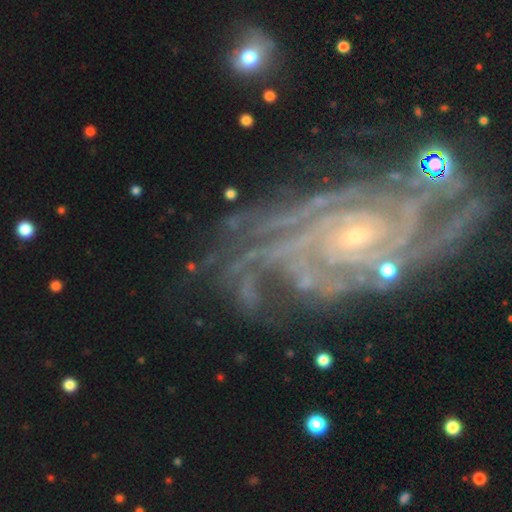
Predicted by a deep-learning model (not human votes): smooth-or-featured: featured or disk: 91% | star or artifact: 6% | smooth: 3%
  disk-edge-on: no: 97% | yes: 3%
    bar: no: 59% | weak: 27% | strong: 15%
    has-spiral-arms: yes: 98% | no: 2%
      spiral-winding: tight: 76% | medium: 20% | loose: 4%
      spiral-arm-count: more than 4: 22% | 4: 21% | can't tell: 18% | 3: 16% | 2: 14% | 1: 9%
    bulge-size: small: 79% | moderate: 16% | none: 2% | large: 2% | dominant: 1%
  merging: none: 67% | minor disturbance: 18% | major disturbance: 11% | merger: 4%